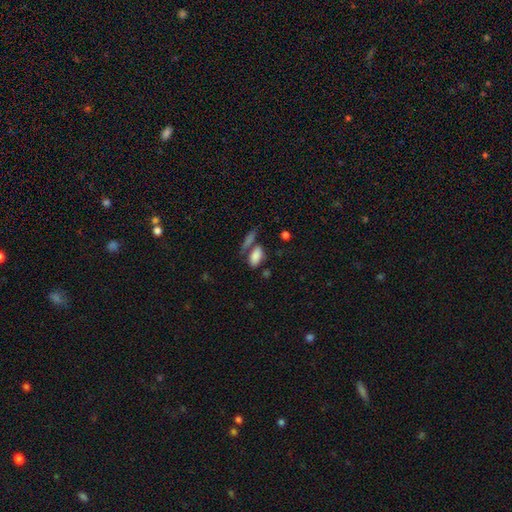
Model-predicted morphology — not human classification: Smooth or featured? Predicted: smooth (p=0.83). How rounded? Predicted: in between (p=0.88). Merging? Predicted: none (p=0.52).